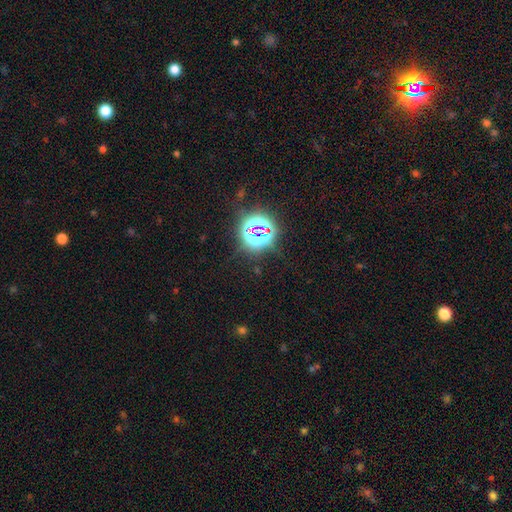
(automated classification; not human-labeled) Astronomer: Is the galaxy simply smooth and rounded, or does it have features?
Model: star or artifact — 80%.